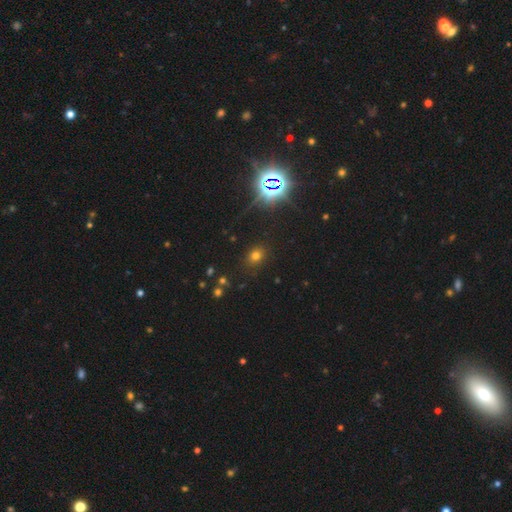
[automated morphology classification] Q: Smooth or featured?
A: smooth (64%); runner-up: star or artifact (27%)
Q: How rounded?
A: round (59%); runner-up: in between (40%)
Q: Merging?
A: none (86%); runner-up: minor disturbance (9%)